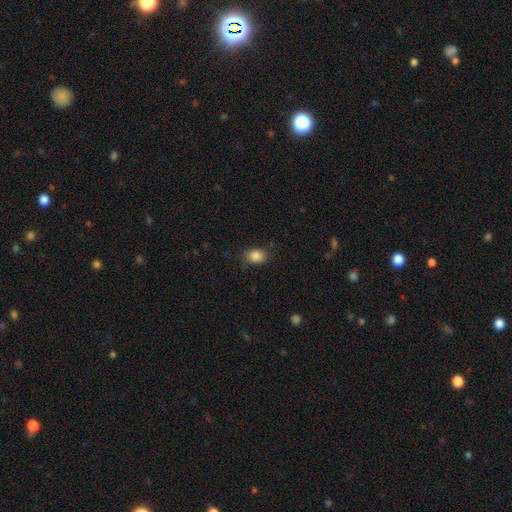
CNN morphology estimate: Smooth or featured?
  - smooth: 85% *
  - star or artifact: 10%
  - featured or disk: 5%
How rounded?
  - in between: 65% *
  - round: 34%
  - cigar-shaped: 1%
Merging?
  - none: 79% *
  - minor disturbance: 16%
  - major disturbance: 4%
  - merger: 1%